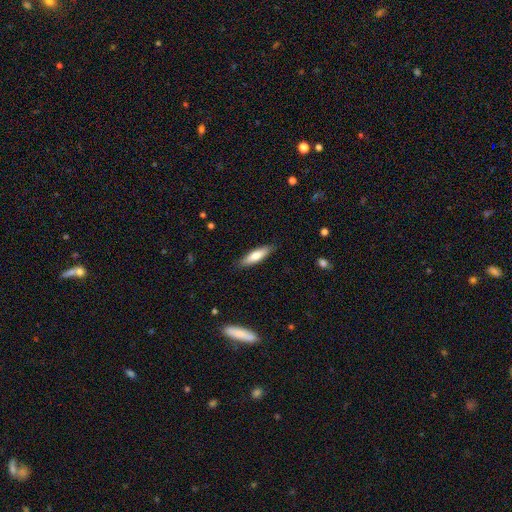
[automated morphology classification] smooth-or-featured: smooth: 72% | featured or disk: 22% | star or artifact: 6%
  how-rounded: cigar-shaped: 64% | in between: 35% | round: 2%
  merging: none: 87% | minor disturbance: 10% | major disturbance: 2% | merger: 1%